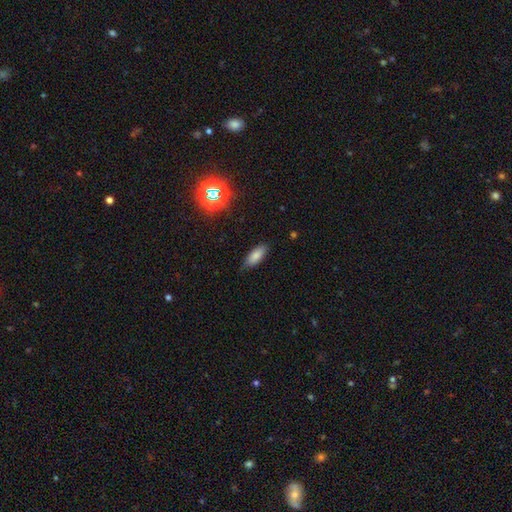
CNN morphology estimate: smooth 82%, star or artifact 10%, featured or disk 8%. Down the decision tree: how rounded — in between (76%); merging — none (79%).